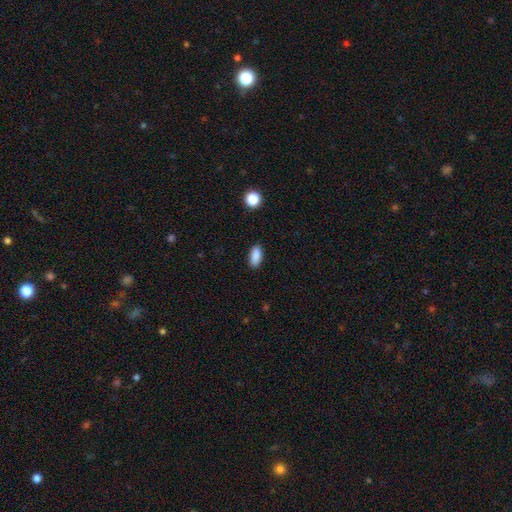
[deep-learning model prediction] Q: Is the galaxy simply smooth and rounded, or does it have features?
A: smooth — 88%.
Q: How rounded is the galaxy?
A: in between — 86%.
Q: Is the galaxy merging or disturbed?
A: none — 87%.